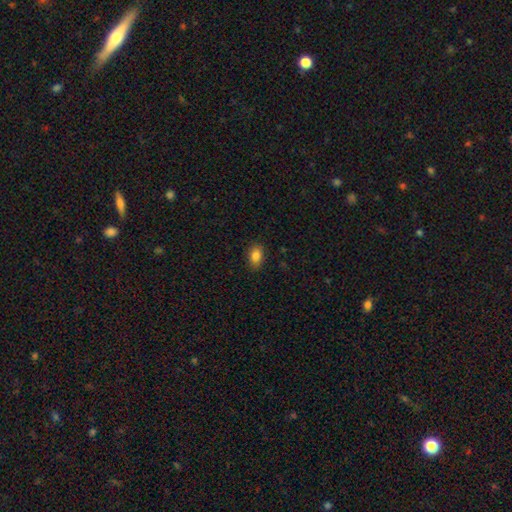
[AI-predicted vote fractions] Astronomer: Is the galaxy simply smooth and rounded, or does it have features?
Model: smooth — 85%.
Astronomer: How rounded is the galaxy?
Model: in between — 81%.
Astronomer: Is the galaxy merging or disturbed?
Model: none — 84%.